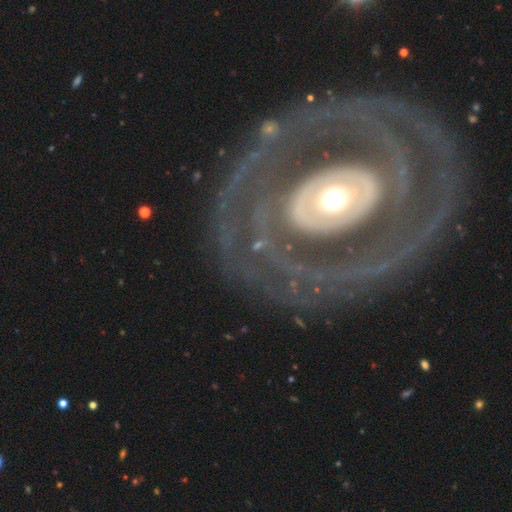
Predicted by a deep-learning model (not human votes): smooth_or_featured: featured or disk (p=0.86) [alt: smooth p=0.09]
disk_edge_on: no (p=0.96) [alt: yes p=0.04]
bar: no (p=0.67) [alt: weak p=0.18]
has_spiral_arms: yes (p=0.78) [alt: no p=0.22]
spiral_winding: tight (p=0.75) [alt: medium p=0.18]
spiral_arm_count: 2 (p=0.32) [alt: can't tell p=0.30]
bulge_size: moderate (p=0.61) [alt: small p=0.18]
merging: none (p=0.79) [alt: minor disturbance p=0.11]